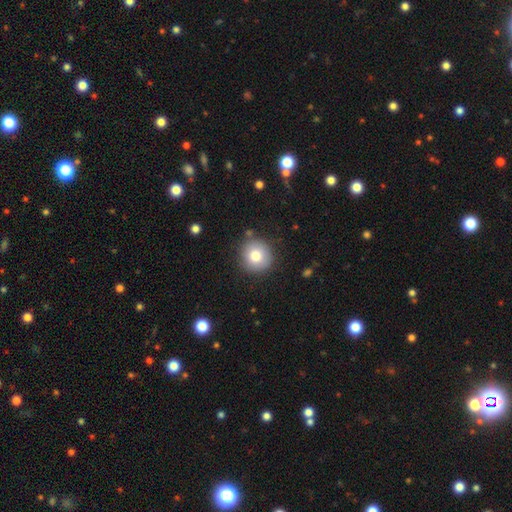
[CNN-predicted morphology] smooth-or-featured: smooth: 78% | featured or disk: 12% | star or artifact: 10%
  how-rounded: round: 93% | in between: 6% | cigar-shaped: 1%
  merging: none: 86% | minor disturbance: 9% | major disturbance: 3% | merger: 2%